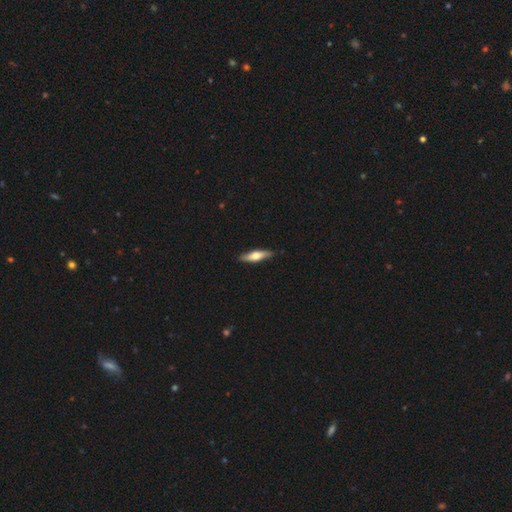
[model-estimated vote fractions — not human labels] Smooth or featured: smooth — 50% (featured or disk — 45%)
Merging: none — 89% (minor disturbance — 9%)